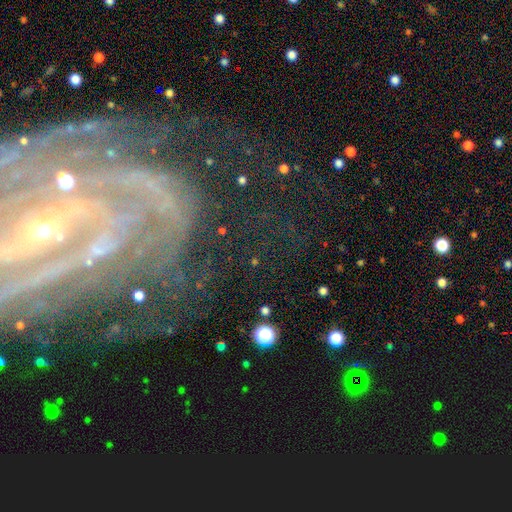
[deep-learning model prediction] This is likely a featured or disk galaxy (80%). It is clearly not viewed edge-on (95%). Bar: marginally strong (37%). Spiral arm pattern: clearly yes (88%). Spiral arm count: marginally can't tell (28%). Spiral winding: possibly tight (57%). Central bulge: likely small (79%). Merging: possibly none (56%).